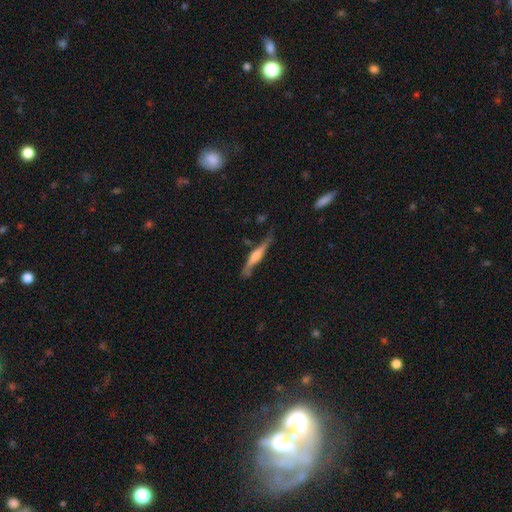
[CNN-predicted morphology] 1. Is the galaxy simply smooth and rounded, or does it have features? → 66% featured or disk, 28% smooth, 6% star or artifact.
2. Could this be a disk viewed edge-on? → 93% yes, 7% no.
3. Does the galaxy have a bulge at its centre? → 73% rounded, 17% boxy, 9% none.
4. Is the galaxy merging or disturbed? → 69% none, 22% minor disturbance, 6% major disturbance, 3% merger.